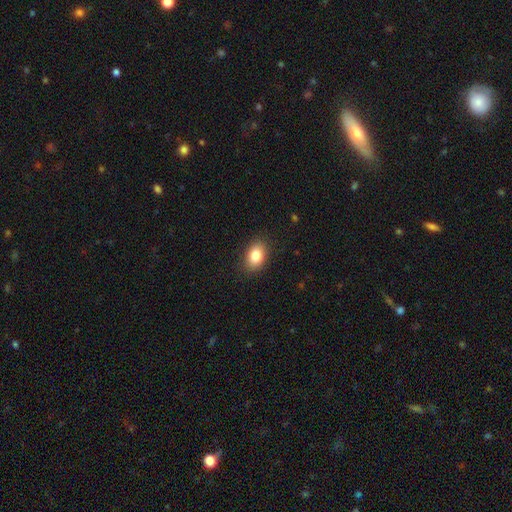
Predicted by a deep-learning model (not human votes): smooth_or_featured: smooth (p=0.84) [alt: star or artifact p=0.08]
how_rounded: in between (p=0.84) [alt: round p=0.15]
merging: none (p=0.87) [alt: minor disturbance p=0.10]